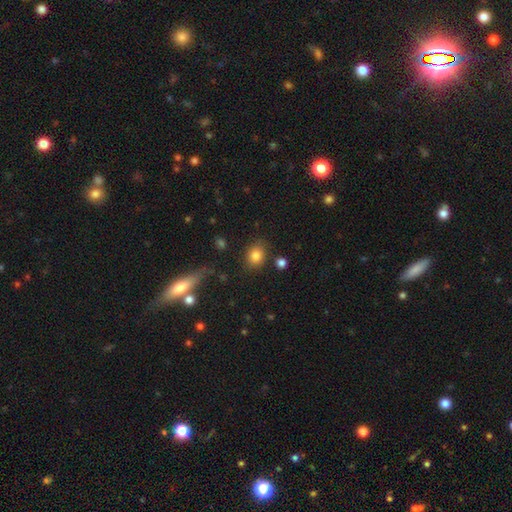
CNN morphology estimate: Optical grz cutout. It shows a smooth galaxy with no disk features (83%) that is round (56%). Merging: none (80%).